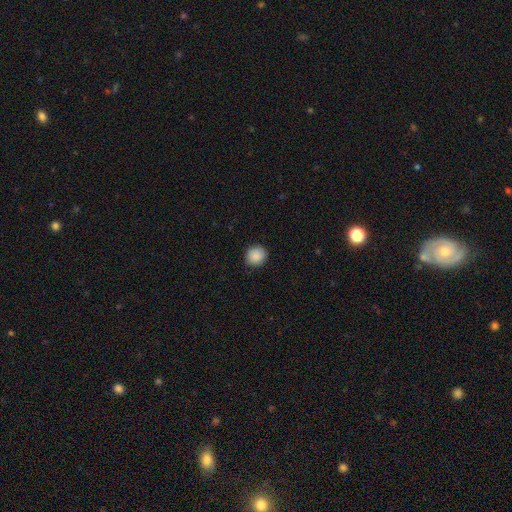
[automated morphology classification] A smooth galaxy with no disk features (89%) that is round (90%).

Vote fractions:
- Smooth or featured? smooth: 89% / star or artifact: 8% / featured or disk: 3%
- How rounded? round: 90% / in between: 9% / cigar-shaped: 1%
- Merging? none: 90% / minor disturbance: 7% / major disturbance: 2% / merger: 1%